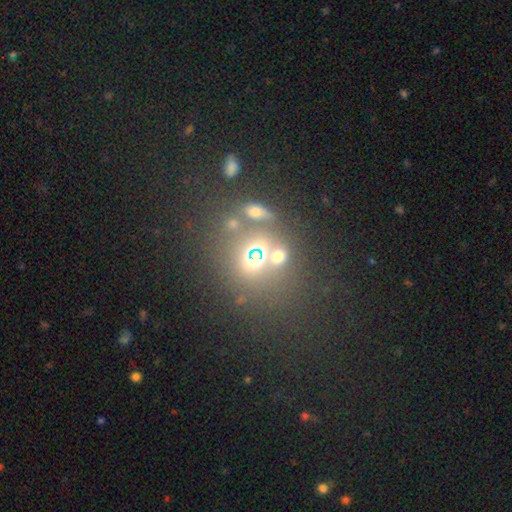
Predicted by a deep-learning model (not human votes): Overall: smooth (49%; star or artifact 37%). Merging: none (61%; merger 22%).